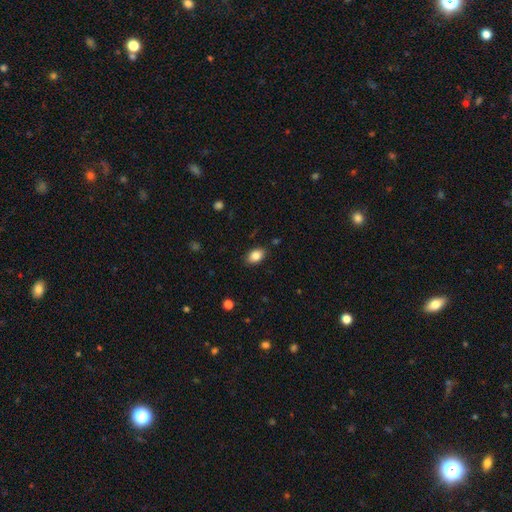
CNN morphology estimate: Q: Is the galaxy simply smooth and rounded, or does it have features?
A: smooth — 85%.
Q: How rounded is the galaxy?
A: in between — 86%.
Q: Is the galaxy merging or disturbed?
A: none — 85%.